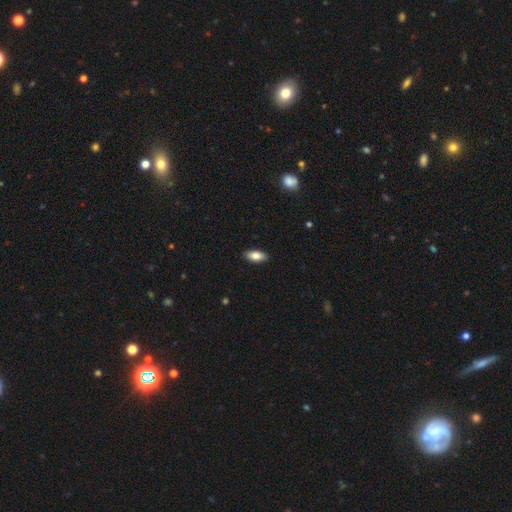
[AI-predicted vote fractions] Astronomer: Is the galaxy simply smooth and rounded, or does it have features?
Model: smooth — 83%.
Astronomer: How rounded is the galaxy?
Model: in between — 89%.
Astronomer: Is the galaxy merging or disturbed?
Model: none — 89%.